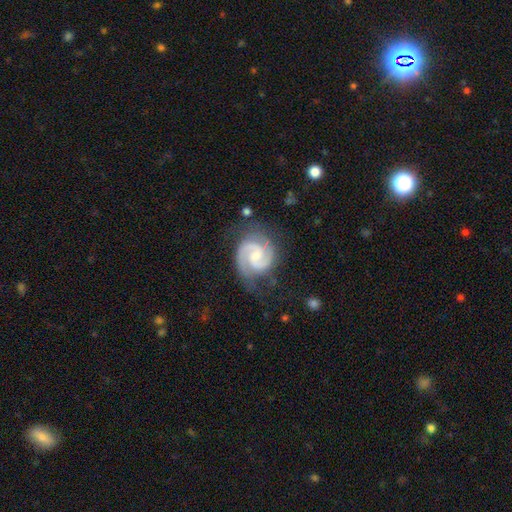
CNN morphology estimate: The model was most divided on "bar": weak: 48%, no: 43%, strong: 10%. Remaining: edge-on disk — no (98%); spiral arms — yes (98%); spiral arm count — 2 (92%); smooth or featured — featured or disk (91%); merging — none (70%); spiral winding — medium (53%); bulge size — small (45%).